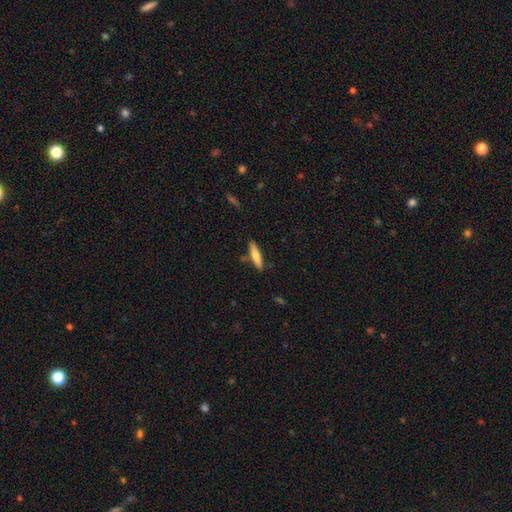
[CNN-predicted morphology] Smooth or featured? smooth (70%)
How rounded? cigar-shaped (82%)
Merging? none (83%)